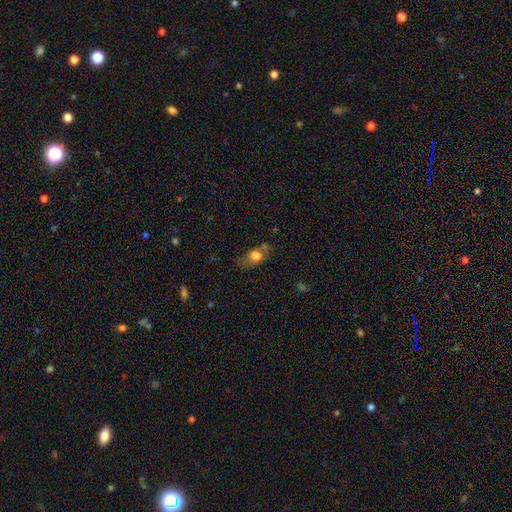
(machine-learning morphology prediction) Smooth or featured: smooth — 72% (featured or disk — 18%)
How rounded: in between — 63% (round — 31%)
Merging: none — 51% (minor disturbance — 27%)